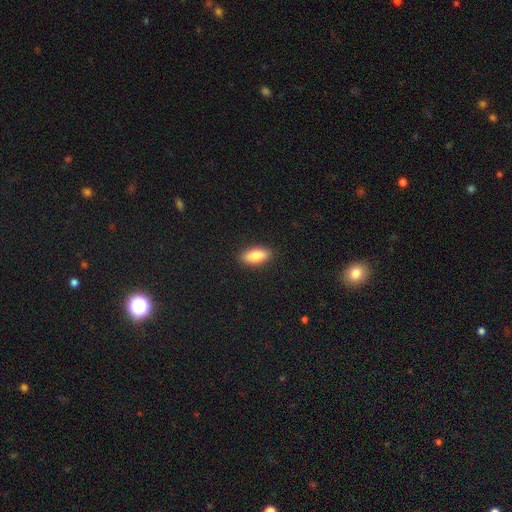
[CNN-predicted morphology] This is clearly a smooth galaxy (81%). How rounded: clearly in between (82%). Merging: clearly none (90%).